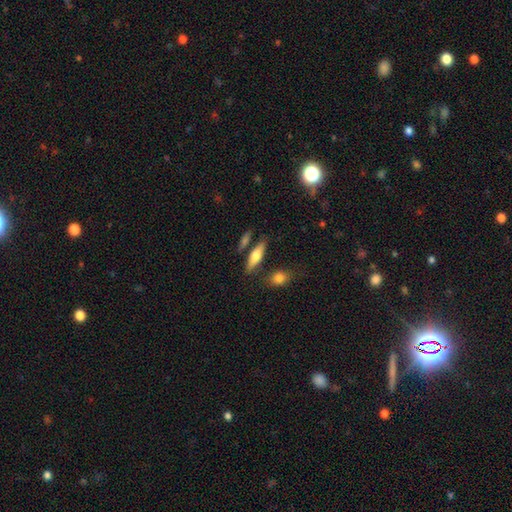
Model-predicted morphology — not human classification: This is likely a smooth galaxy (63%). How rounded: possibly cigar-shaped (57%). Merging: likely none (75%).